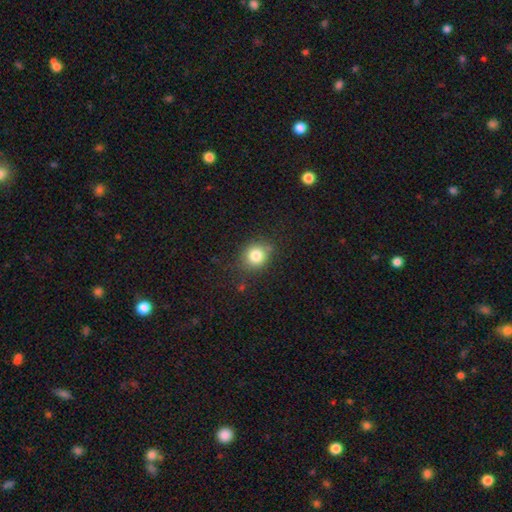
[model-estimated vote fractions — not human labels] Smooth or featured? smooth (81%)
How rounded? round (75%)
Merging? none (77%)